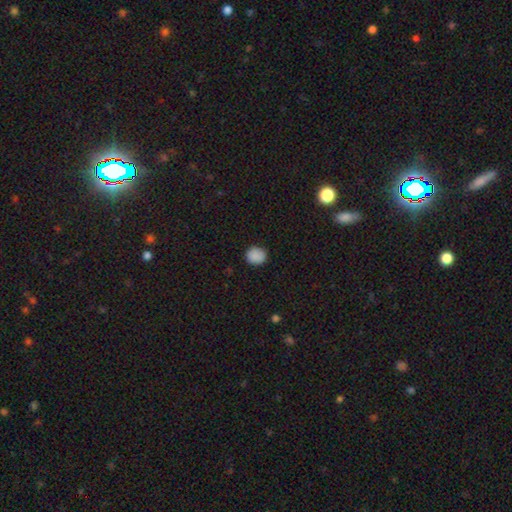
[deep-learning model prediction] smooth-or-featured: smooth: 88% | star or artifact: 9% | featured or disk: 3%
  how-rounded: round: 84% | in between: 15% | cigar-shaped: 1%
  merging: none: 89% | minor disturbance: 8% | major disturbance: 2% | merger: 1%